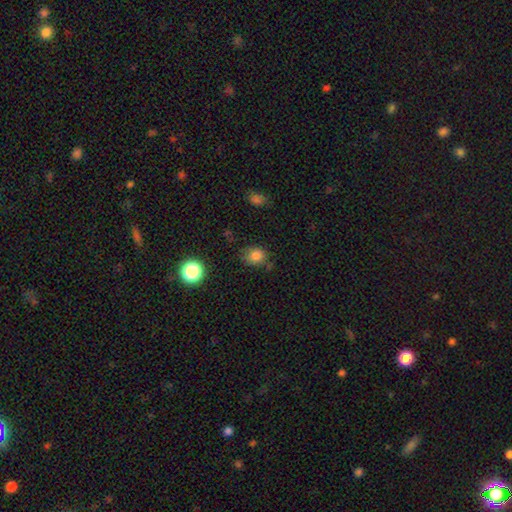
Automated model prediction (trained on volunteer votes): Smooth or featured? Predicted: smooth (p=0.82). How rounded? Predicted: round (p=0.62). Merging? Predicted: none (p=0.67).